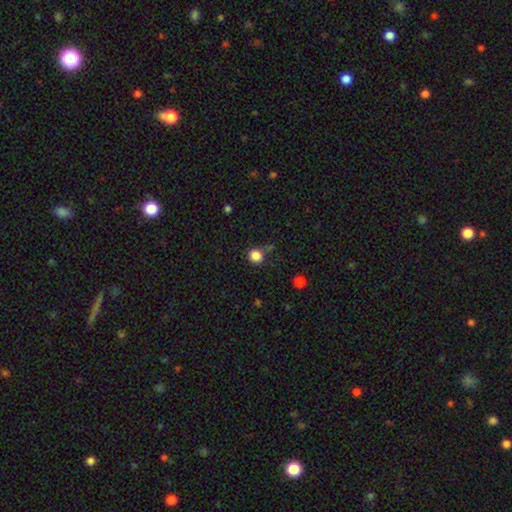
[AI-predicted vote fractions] The model was most divided on "merging": none: 79%, minor disturbance: 12%, merger: 5%, major disturbance: 4%. More confident: how rounded — round (91%); smooth or featured — smooth (85%).